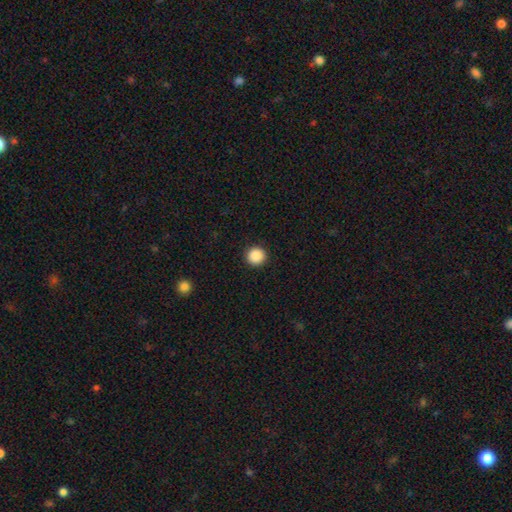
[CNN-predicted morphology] This appears to be a smooth galaxy with no disk features (89%) that is round (95%). Merging: none (93%).